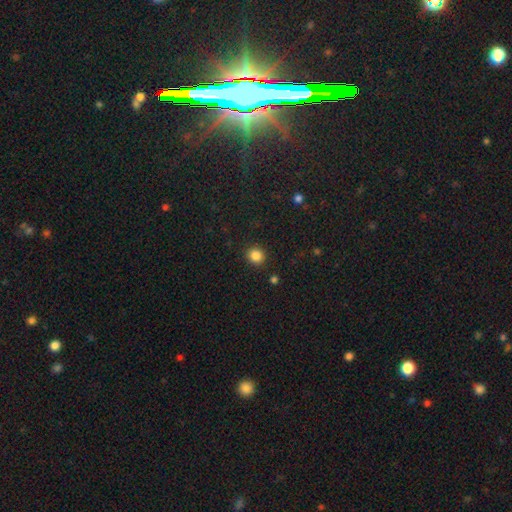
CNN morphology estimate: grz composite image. It shows a smooth galaxy with no disk features (85%) that is round (90%). Merging: none (91%).